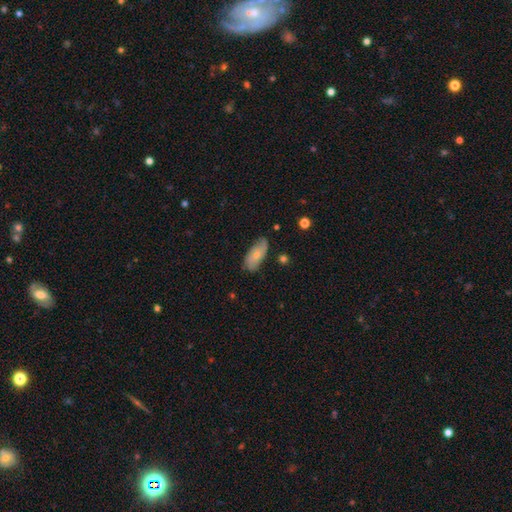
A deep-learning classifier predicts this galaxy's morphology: This is possibly a smooth galaxy (58%). How rounded: clearly in between (87%). Merging: likely none (66%).